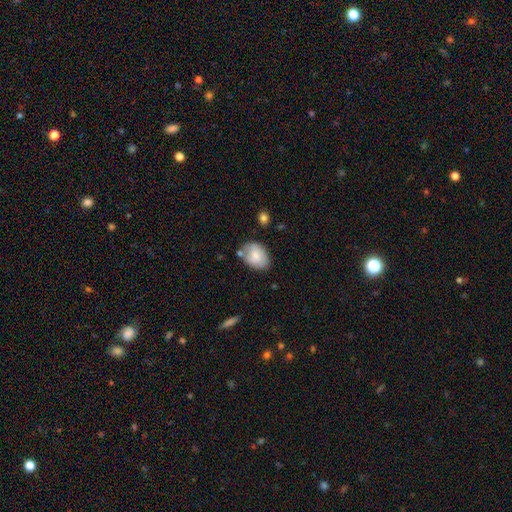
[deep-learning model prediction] A smooth galaxy with no disk features (74%) that is in between round and cigar-shaped (70%).

Vote fractions:
- Smooth or featured? smooth: 74% / featured or disk: 19% / star or artifact: 7%
- How rounded? in between: 70% / round: 29% / cigar-shaped: 1%
- Merging? none: 63% / minor disturbance: 23% / merger: 8% / major disturbance: 5%